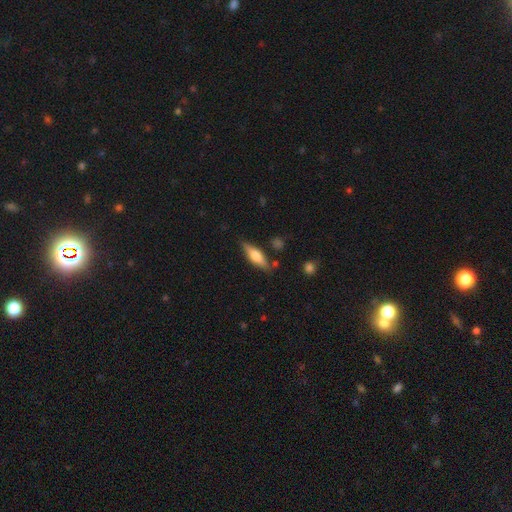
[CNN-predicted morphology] Q: Smooth or featured?
A: smooth (52%); runner-up: featured or disk (41%)
Q: How rounded?
A: cigar-shaped (54%); runner-up: in between (44%)
Q: Merging?
A: none (80%); runner-up: minor disturbance (13%)